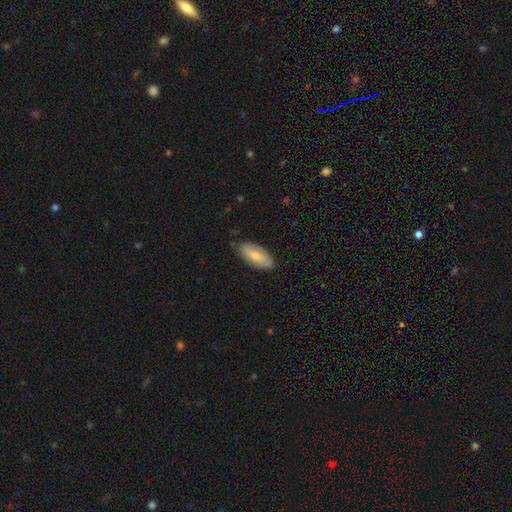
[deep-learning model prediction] The model was most divided on "smooth or featured": smooth: 62%, featured or disk: 33%, star or artifact: 5%. More confident: how rounded — in between (84%); merging — none (83%).